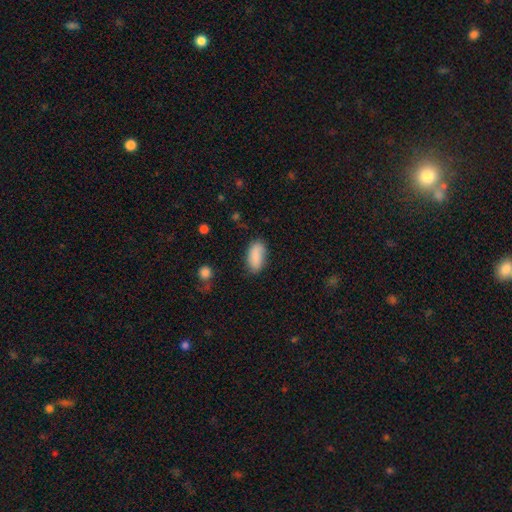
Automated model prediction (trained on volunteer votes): The model was most divided on "merging": none: 79%, minor disturbance: 16%, major disturbance: 4%, merger: 2%. More confident: how rounded — in between (92%); smooth or featured — smooth (88%).